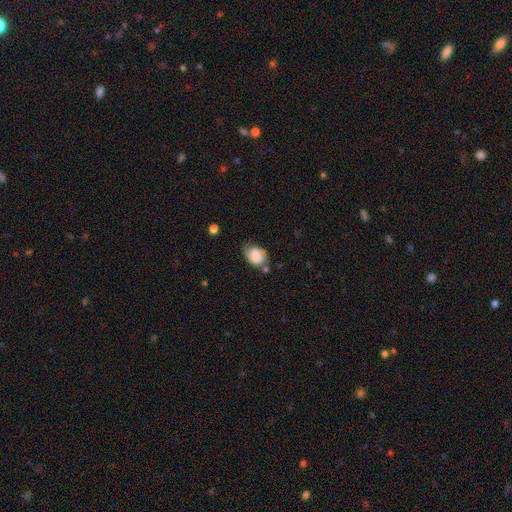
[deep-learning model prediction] Smooth or featured: smooth — 78% (featured or disk — 13%)
How rounded: in between — 66% (round — 33%)
Merging: none — 40% (minor disturbance — 38%)